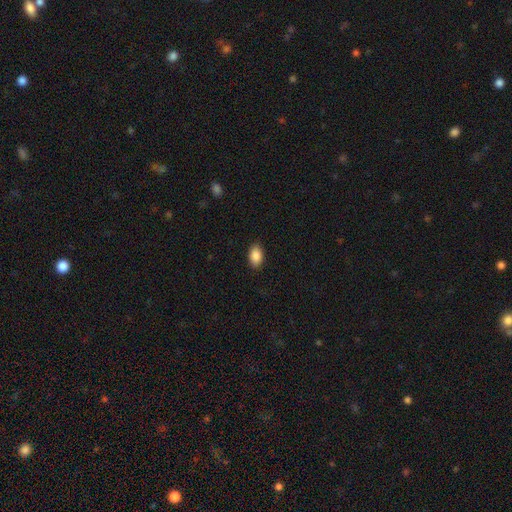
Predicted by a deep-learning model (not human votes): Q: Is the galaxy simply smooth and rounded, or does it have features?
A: smooth — 89%.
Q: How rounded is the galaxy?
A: in between — 90%.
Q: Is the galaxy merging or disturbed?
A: none — 88%.